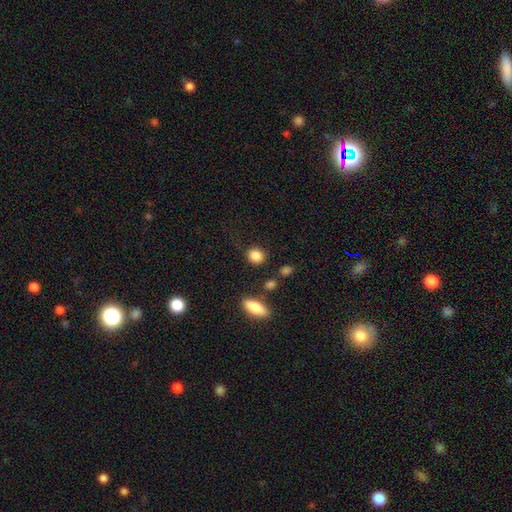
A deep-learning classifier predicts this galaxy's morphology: Smooth or featured? smooth (87%)
How rounded? round (67%)
Merging? none (79%)